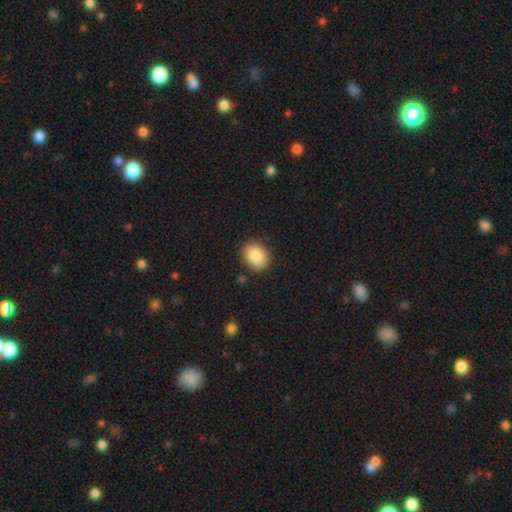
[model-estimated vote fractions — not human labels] Q: Smooth or featured?
A: smooth (86%); runner-up: star or artifact (8%)
Q: How rounded?
A: in between (57%); runner-up: round (43%)
Q: Merging?
A: none (87%); runner-up: minor disturbance (9%)